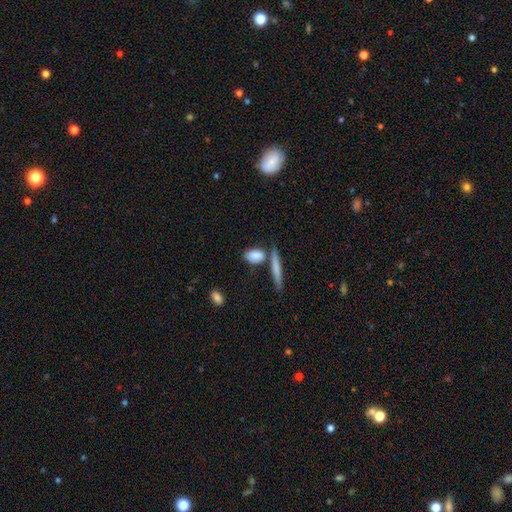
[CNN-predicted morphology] Smooth or featured: smooth — 82% (featured or disk — 12%)
How rounded: in between — 70% (cigar-shaped — 20%)
Merging: none — 59% (merger — 20%)